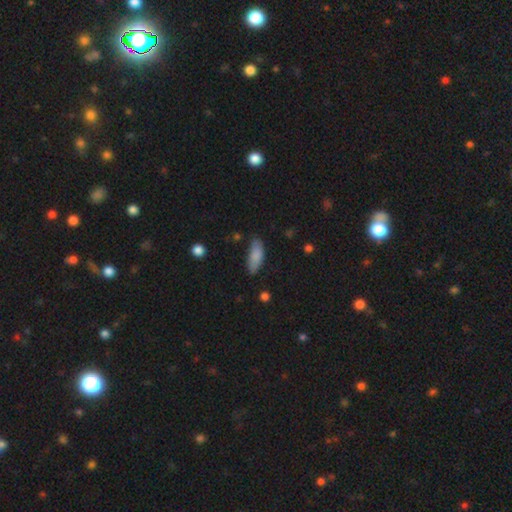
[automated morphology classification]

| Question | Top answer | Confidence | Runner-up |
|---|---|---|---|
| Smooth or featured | smooth | 85% | featured or disk (9%) |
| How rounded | in between | 77% | cigar-shaped (21%) |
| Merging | none | 72% | minor disturbance (22%) |